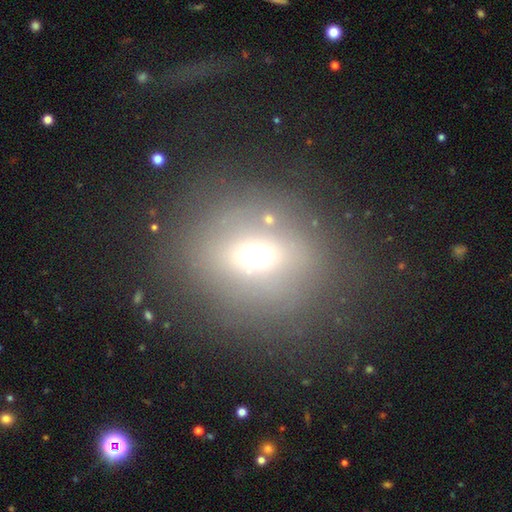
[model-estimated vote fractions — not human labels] Overall: smooth (56%; star or artifact 23%). How rounded: round (68%; in between 30%). Merging: none (75%).